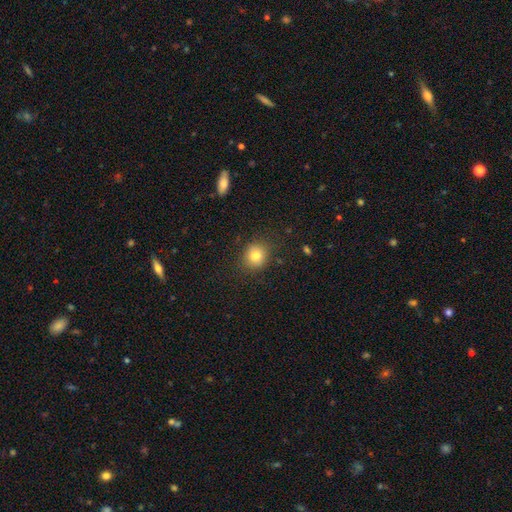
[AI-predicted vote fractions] Morphology: type=smooth (81%); roundness=round (79%); merging=none (84%).